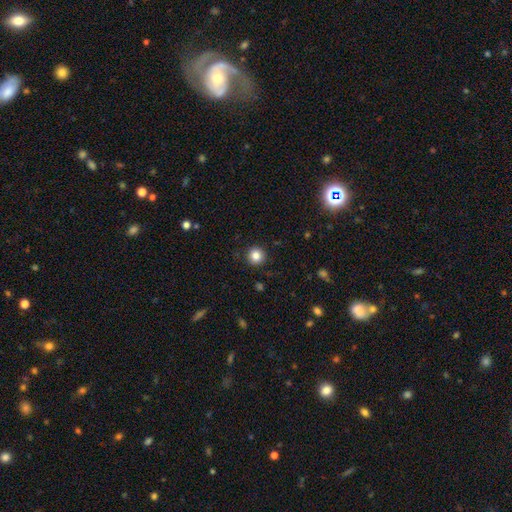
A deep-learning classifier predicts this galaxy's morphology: This appears to be a smooth galaxy with no disk features (84%) that is round (95%). Merging: none (92%).